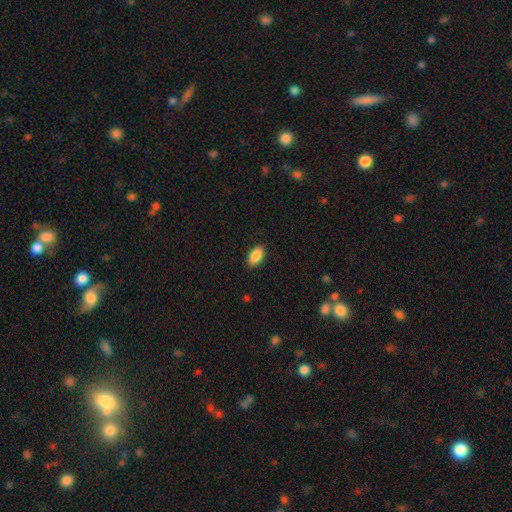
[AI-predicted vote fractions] Morphology: type=smooth (88%); roundness=in between (92%); merging=none (88%).